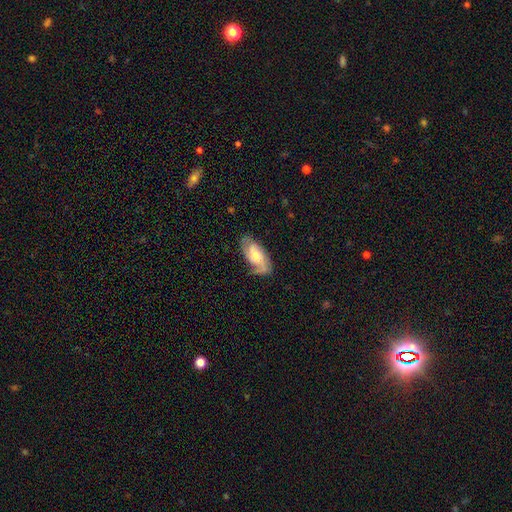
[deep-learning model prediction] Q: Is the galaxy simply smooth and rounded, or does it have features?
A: featured or disk — 70%.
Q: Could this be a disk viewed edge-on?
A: no — 93%.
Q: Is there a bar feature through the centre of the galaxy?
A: no — 61%.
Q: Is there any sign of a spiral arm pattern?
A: yes — 93%.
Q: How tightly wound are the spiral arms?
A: medium — 46%.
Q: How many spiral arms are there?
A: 2 — 59%.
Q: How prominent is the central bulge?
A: moderate — 54%.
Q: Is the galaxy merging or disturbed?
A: none — 71%.